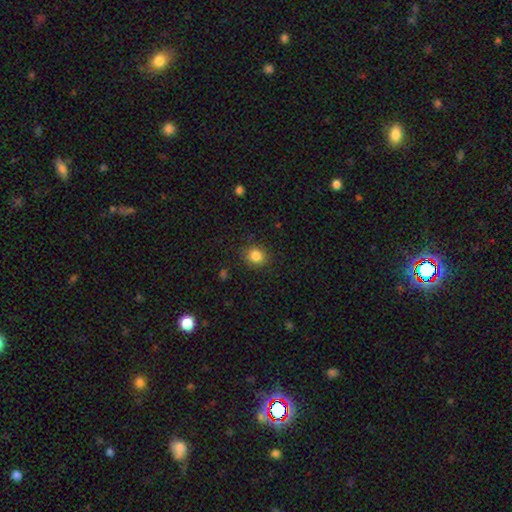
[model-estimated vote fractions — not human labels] Smooth or featured?
  - smooth: 85% *
  - star or artifact: 10%
  - featured or disk: 5%
How rounded?
  - round: 74% *
  - in between: 25%
  - cigar-shaped: 1%
Merging?
  - none: 86% *
  - minor disturbance: 10%
  - major disturbance: 3%
  - merger: 1%